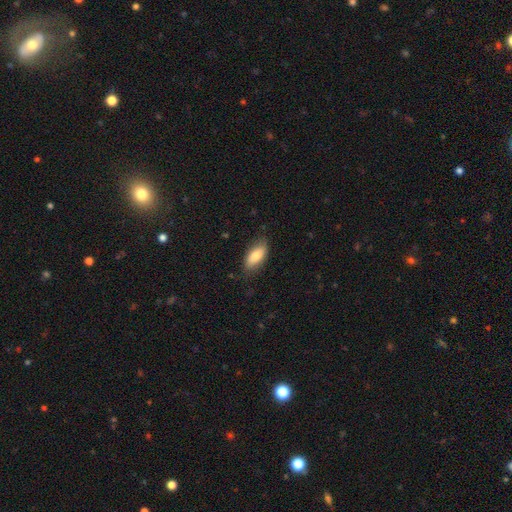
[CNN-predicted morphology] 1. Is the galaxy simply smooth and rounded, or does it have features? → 76% smooth, 17% featured or disk, 6% star or artifact.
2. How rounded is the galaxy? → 86% in between, 11% cigar-shaped, 3% round.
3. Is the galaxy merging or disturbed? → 79% none, 17% minor disturbance, 3% major disturbance, 1% merger.